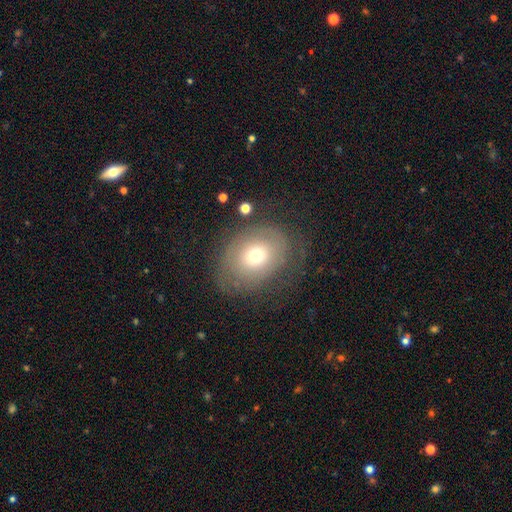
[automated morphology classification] Smooth or featured? Predicted: smooth (p=0.58). How rounded? Predicted: in between (p=0.50). Merging? Predicted: none (p=0.59).